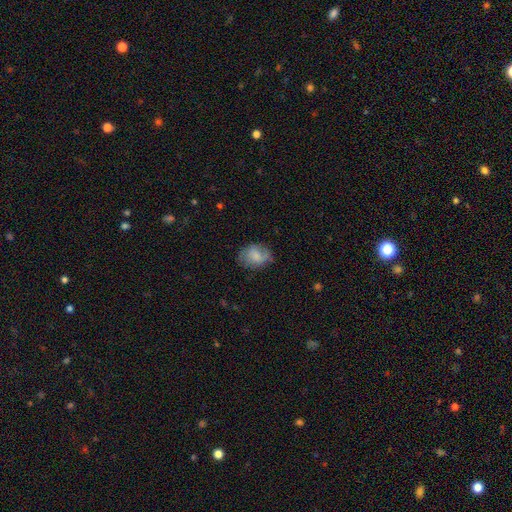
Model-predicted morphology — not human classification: This is likely a smooth galaxy (64%). How rounded: possibly in between (56%). Merging: likely none (64%).